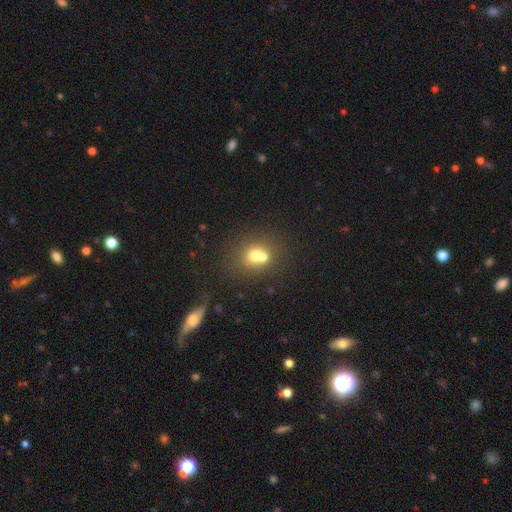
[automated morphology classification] smooth-or-featured: smooth: 66% | featured or disk: 20% | star or artifact: 15%
  how-rounded: round: 77% | in between: 22% | cigar-shaped: 1%
  merging: merger: 49% | none: 40% | minor disturbance: 7% | major disturbance: 4%